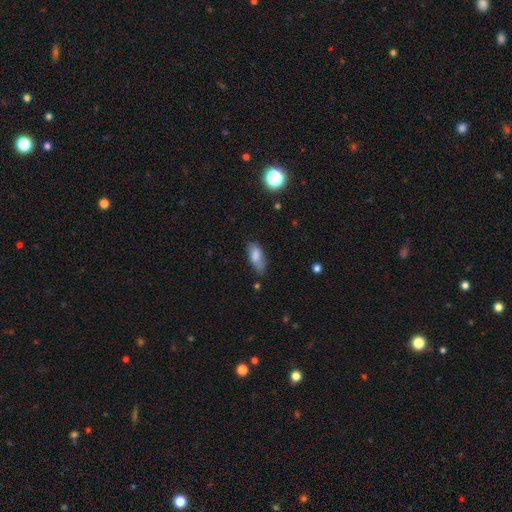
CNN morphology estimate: type=smooth (76%); roundness=in between (78%); merging=none (57%).